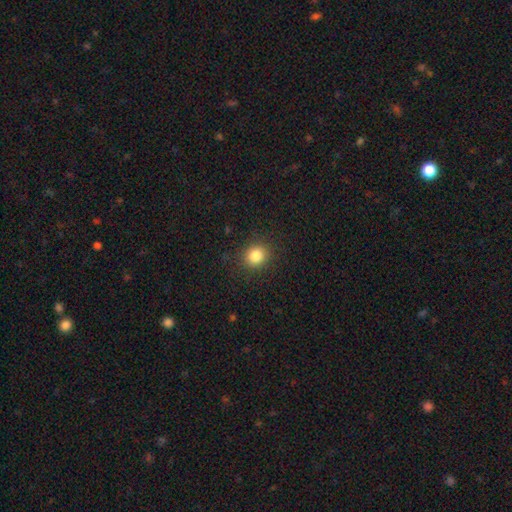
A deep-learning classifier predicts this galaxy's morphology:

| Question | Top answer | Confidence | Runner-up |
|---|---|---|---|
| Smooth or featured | smooth | 83% | star or artifact (12%) |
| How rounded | round | 80% | in between (19%) |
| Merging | none | 89% | minor disturbance (7%) |